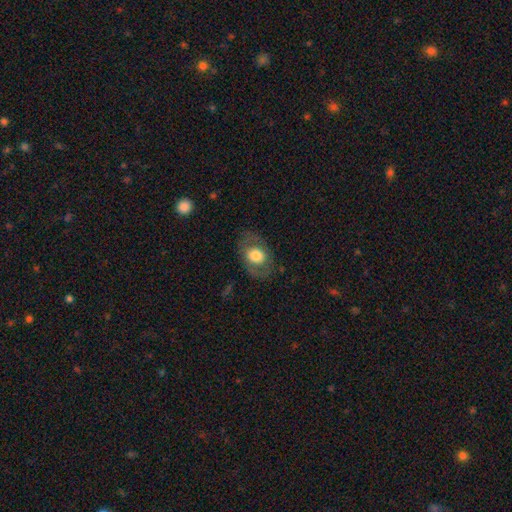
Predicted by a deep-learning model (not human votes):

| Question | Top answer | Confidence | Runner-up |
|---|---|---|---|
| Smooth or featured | smooth | 61% | featured or disk (32%) |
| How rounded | in between | 70% | round (29%) |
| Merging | none | 75% | minor disturbance (15%) |